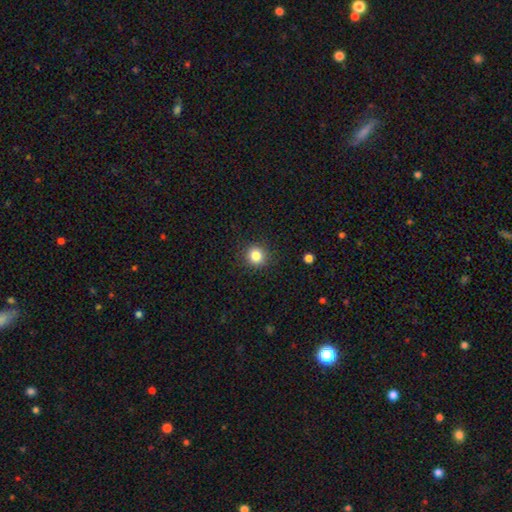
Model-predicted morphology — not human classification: Smooth or featured? Predicted: smooth (p=0.84). How rounded? Predicted: round (p=0.91). Merging? Predicted: none (p=0.90).